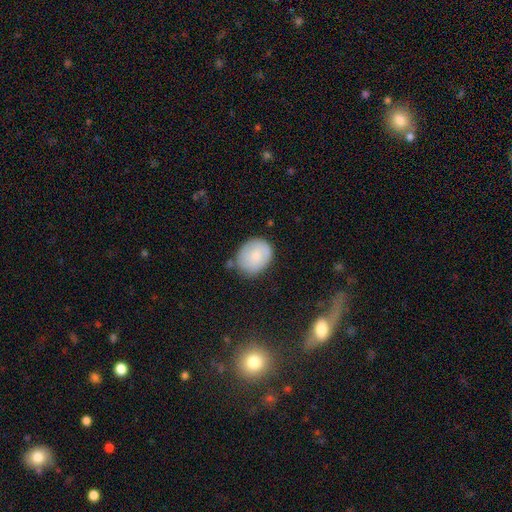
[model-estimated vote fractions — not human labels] smooth-or-featured: smooth: 72% | featured or disk: 20% | star or artifact: 7%
  how-rounded: round: 52% | in between: 47% | cigar-shaped: 1%
  merging: none: 67% | minor disturbance: 23% | major disturbance: 5% | merger: 5%